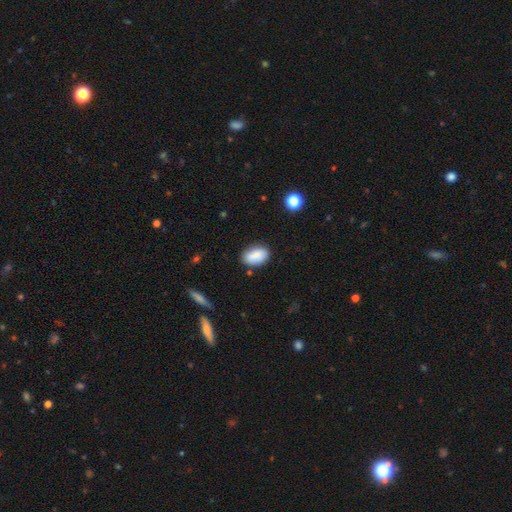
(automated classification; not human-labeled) Smooth or featured?
  - smooth: 86% *
  - star or artifact: 8%
  - featured or disk: 7%
How rounded?
  - in between: 90% *
  - round: 8%
  - cigar-shaped: 2%
Merging?
  - none: 80% *
  - minor disturbance: 15%
  - major disturbance: 3%
  - merger: 3%